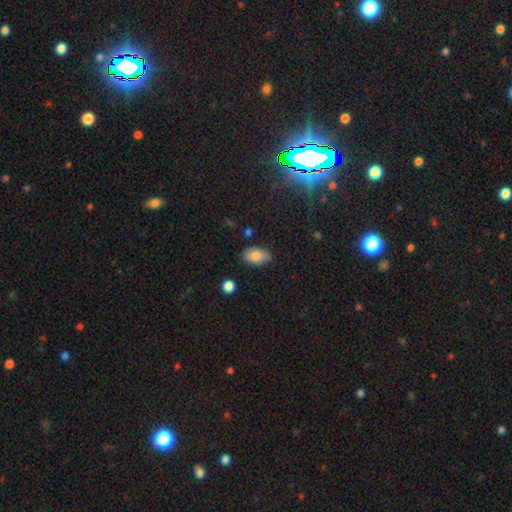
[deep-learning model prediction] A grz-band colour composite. It shows a smooth galaxy with no disk features (83%) that is in between round and cigar-shaped (92%). Merging: none (81%).